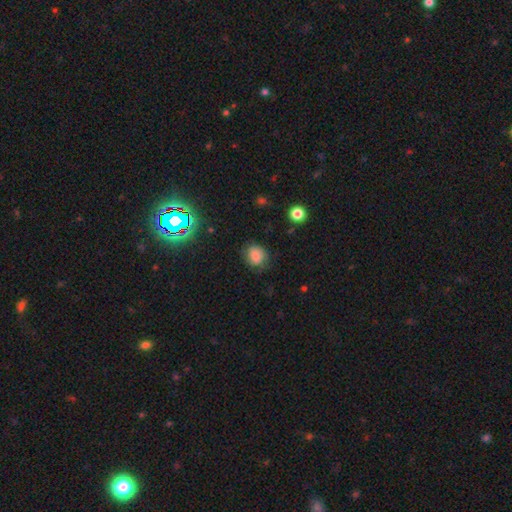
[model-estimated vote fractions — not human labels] Smooth or featured? Predicted: smooth (p=0.80). How rounded? Predicted: round (p=0.64). Merging? Predicted: none (p=0.71).